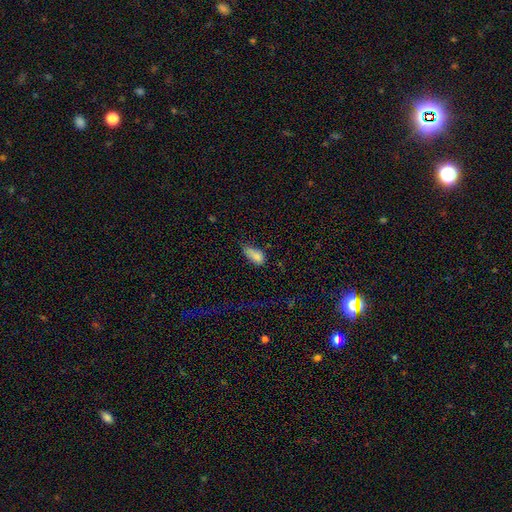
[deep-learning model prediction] A smooth galaxy with no disk features (80%) that is in between round and cigar-shaped (87%). Merging: minor disturbance (43%).